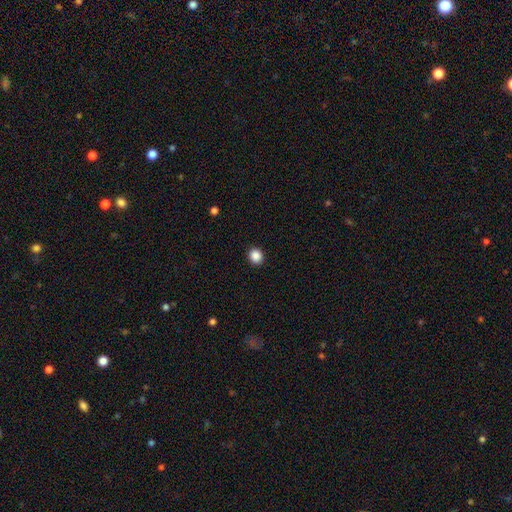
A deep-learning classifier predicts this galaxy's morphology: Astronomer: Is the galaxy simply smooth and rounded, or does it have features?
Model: smooth — 88%.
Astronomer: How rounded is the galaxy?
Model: round — 79%.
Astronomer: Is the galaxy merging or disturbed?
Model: none — 92%.